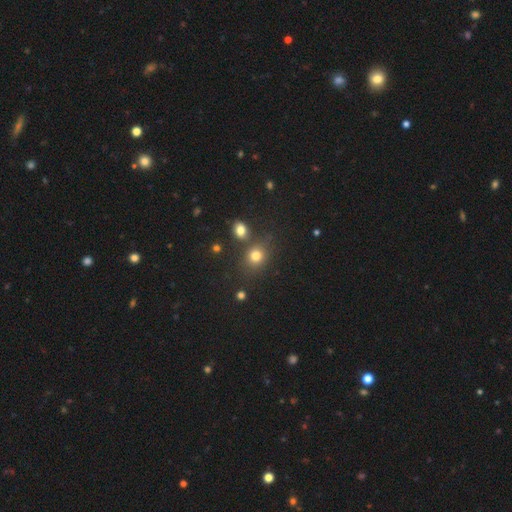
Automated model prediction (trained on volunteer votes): This is likely a smooth galaxy (76%). How rounded: likely round (68%). Merging: likely none (69%).